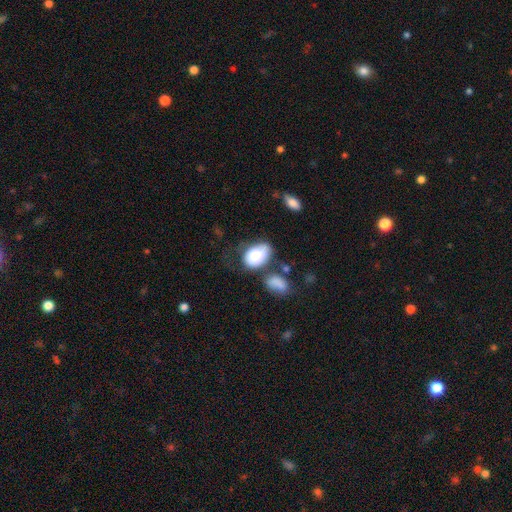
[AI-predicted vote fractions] Morphology: type=smooth (79%); roundness=in between (87%); merging=none (34%).